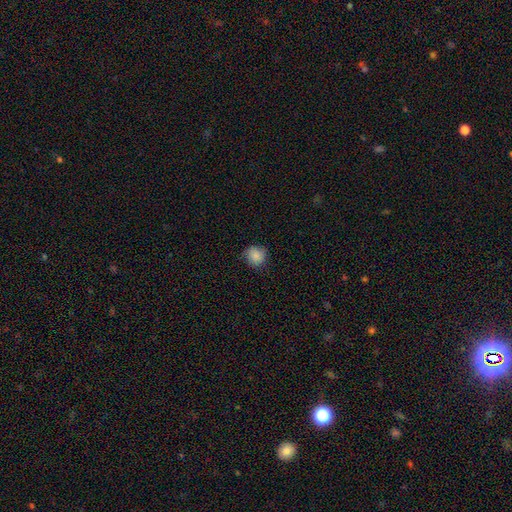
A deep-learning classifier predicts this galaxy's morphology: type=smooth (86%); roundness=round (89%); merging=none (79%).